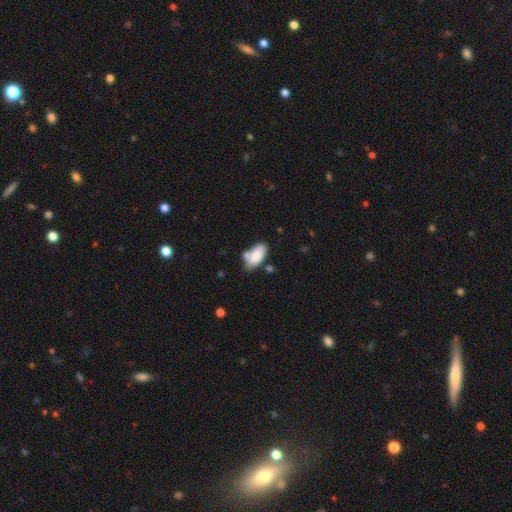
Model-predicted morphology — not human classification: type=smooth (83%); roundness=in between (92%); merging=none (57%).